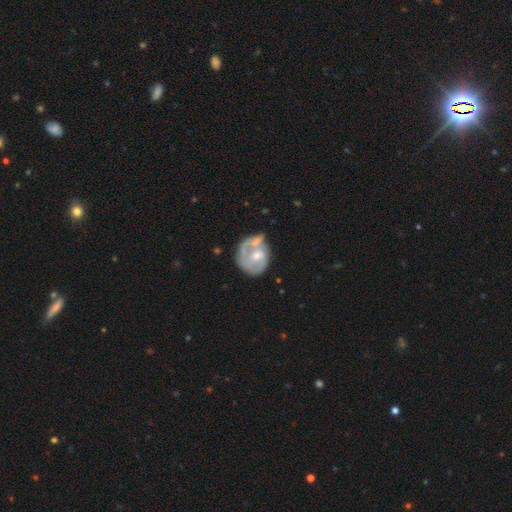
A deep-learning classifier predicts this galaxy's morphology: A featured or disk galaxy (62%) with no bar (59%), spiral arms (60%) and a moderate central bulge (48%). Merging: none (37%).